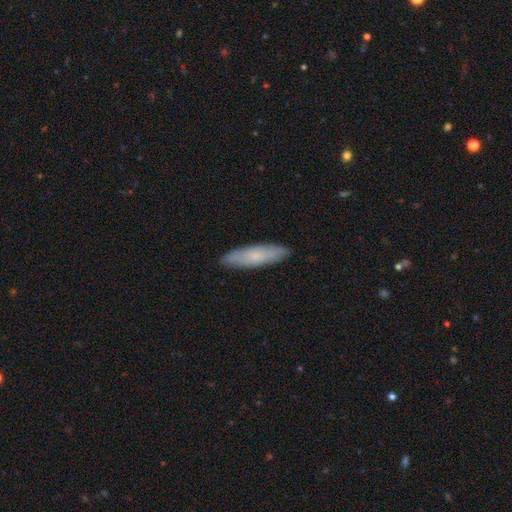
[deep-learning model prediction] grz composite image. It shows a smooth galaxy with no disk features (68%) that is cigar-shaped (71%). Merging: none (89%).